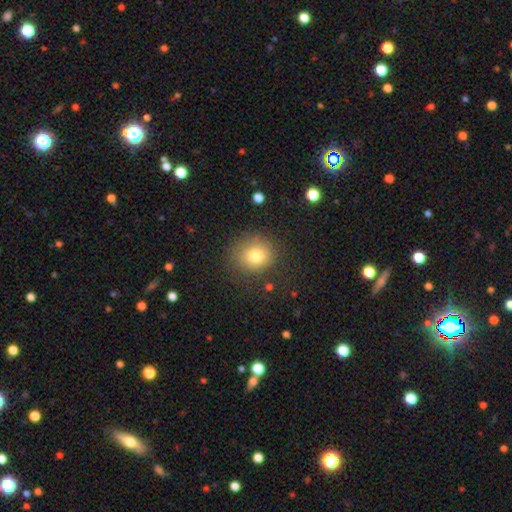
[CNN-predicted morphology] smooth_or_featured: smooth (p=0.78) [alt: star or artifact p=0.13]
how_rounded: round (p=0.82) [alt: in between p=0.17]
merging: none (p=0.80) [alt: minor disturbance p=0.12]